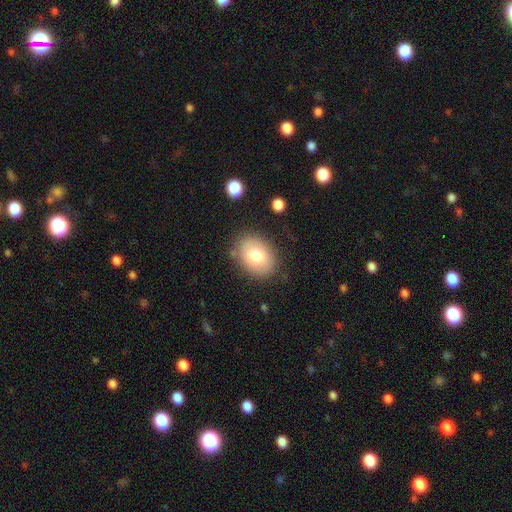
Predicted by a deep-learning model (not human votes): Morphology: type=smooth (75%); roundness=in between (71%); merging=none (81%).